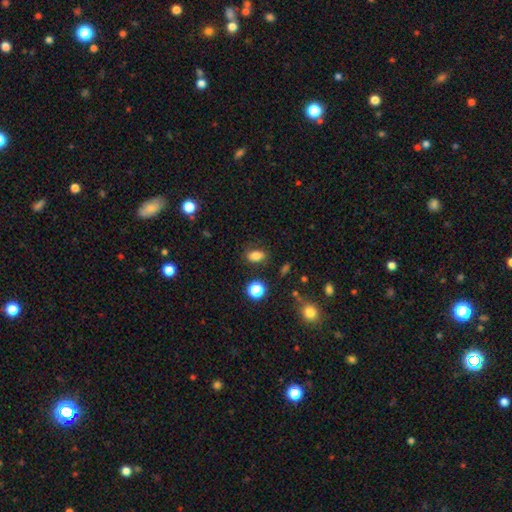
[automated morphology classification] Q: Smooth or featured?
A: smooth (79%); runner-up: star or artifact (13%)
Q: How rounded?
A: in between (82%); runner-up: round (16%)
Q: Merging?
A: none (78%); runner-up: minor disturbance (15%)